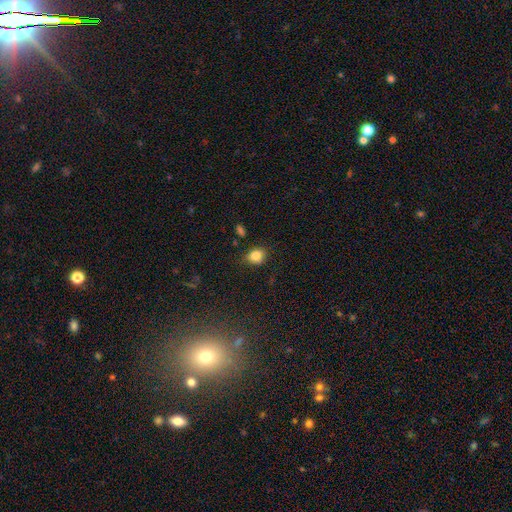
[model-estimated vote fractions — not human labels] smooth 83%, star or artifact 10%, featured or disk 7%. Down the decision tree: how rounded — round (59%); merging — none (77%).